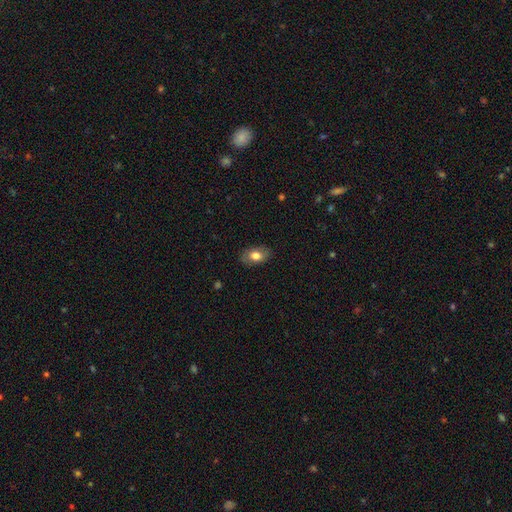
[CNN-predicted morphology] type=smooth (76%); roundness=in between (88%); merging=none (84%).